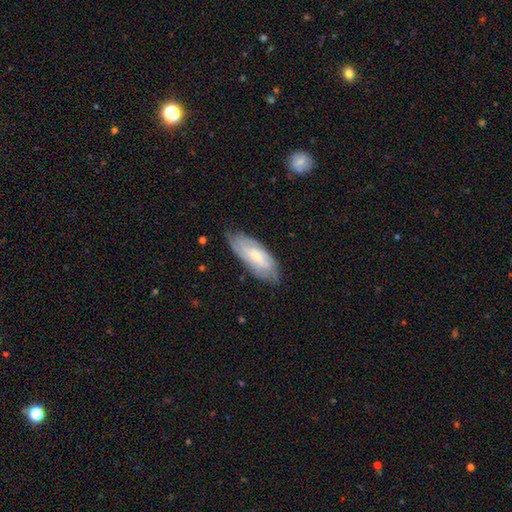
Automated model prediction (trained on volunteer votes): This is possibly a featured or disk galaxy (50%). Merging: likely none (72%).